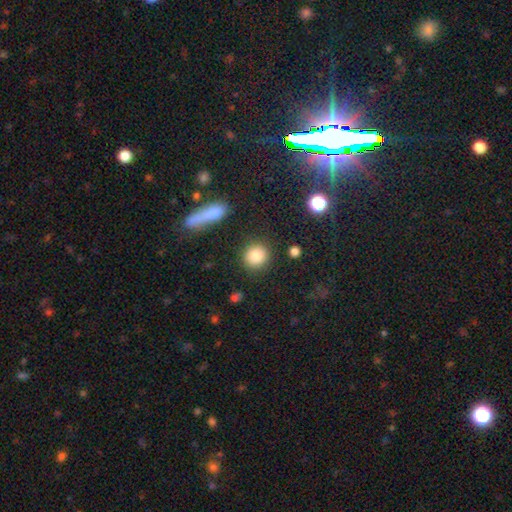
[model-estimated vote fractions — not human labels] smooth 84%, star or artifact 9%, featured or disk 7%. Down the decision tree: how rounded — round (90%); merging — none (87%).